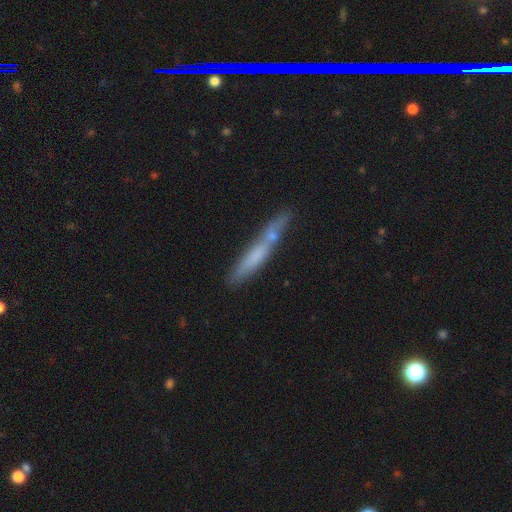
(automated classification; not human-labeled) This appears to be a smooth galaxy with no disk features (58%) that is cigar-shaped (92%). Merging: none (62%).